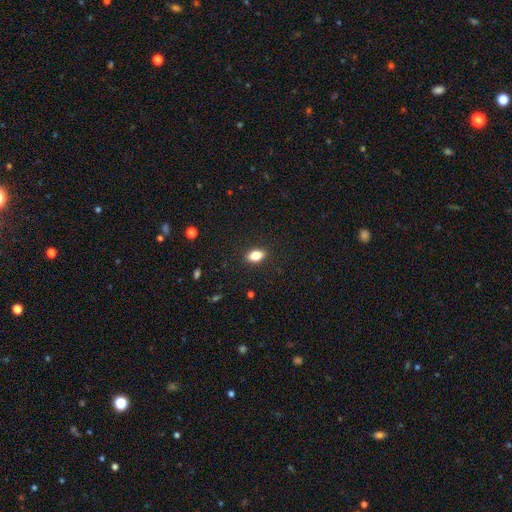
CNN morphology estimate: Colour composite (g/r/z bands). It shows a smooth galaxy with no disk features (83%) that is in between round and cigar-shaped (87%). Merging: none (88%).